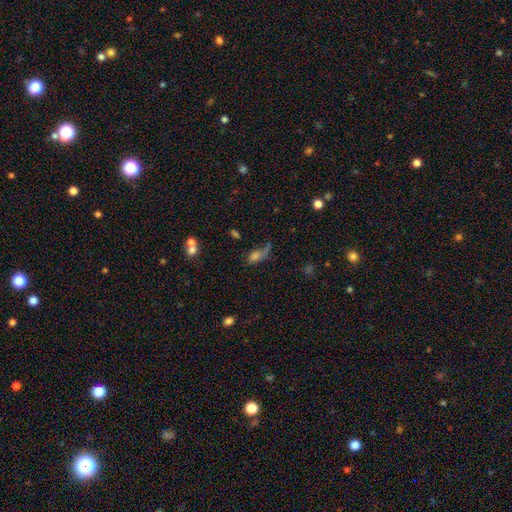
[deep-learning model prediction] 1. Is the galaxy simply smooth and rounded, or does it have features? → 49% smooth, 32% featured or disk, 19% star or artifact.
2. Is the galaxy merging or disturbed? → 39% major disturbance, 30% none, 20% minor disturbance, 11% merger.